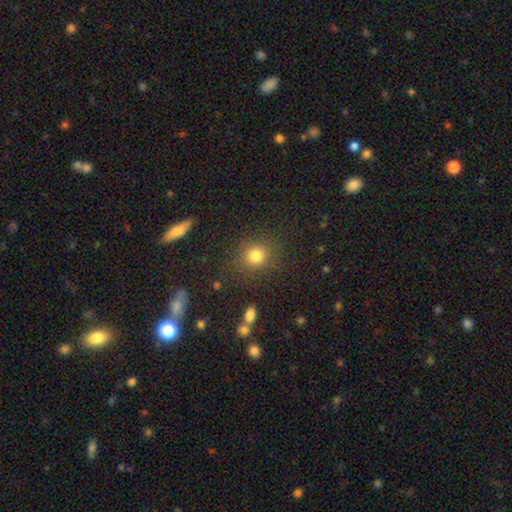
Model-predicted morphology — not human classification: type=smooth (80%); roundness=round (81%); merging=none (83%).